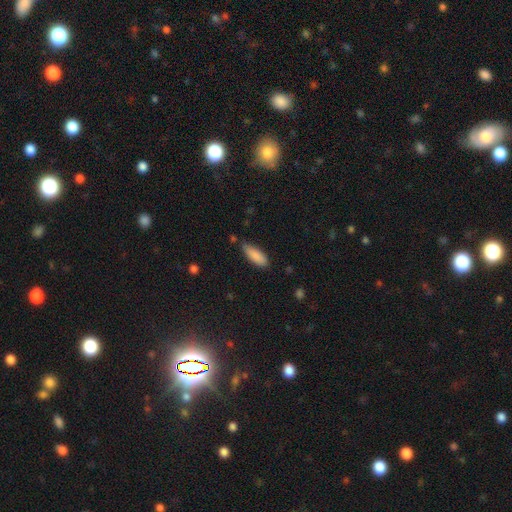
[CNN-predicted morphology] The model was most divided on "how rounded": in between: 67%, cigar-shaped: 31%, round: 2%. More confident: smooth or featured — smooth (88%); merging — none (71%).